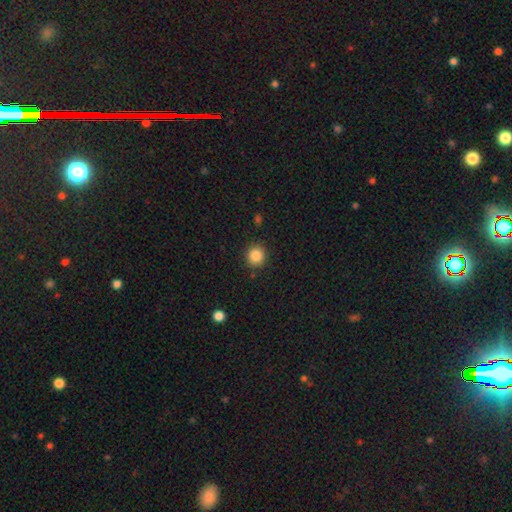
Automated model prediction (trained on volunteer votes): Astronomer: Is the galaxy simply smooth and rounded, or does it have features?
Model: smooth — 85%.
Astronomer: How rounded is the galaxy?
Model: round — 90%.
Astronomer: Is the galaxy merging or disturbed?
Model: none — 89%.